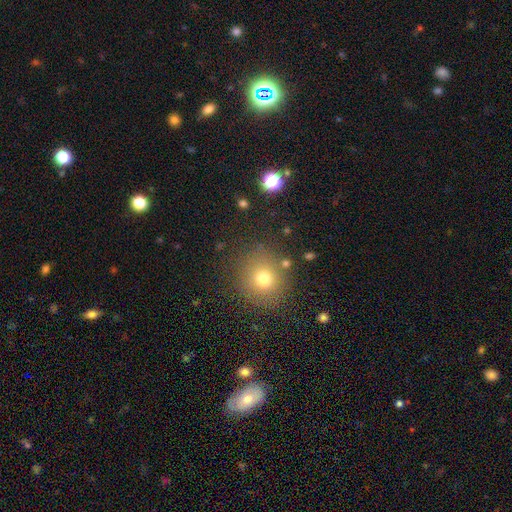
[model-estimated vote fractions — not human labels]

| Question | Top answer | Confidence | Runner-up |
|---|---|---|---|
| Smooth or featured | smooth | 66% | star or artifact (25%) |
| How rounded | round | 88% | in between (11%) |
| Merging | none | 86% | minor disturbance (8%) |